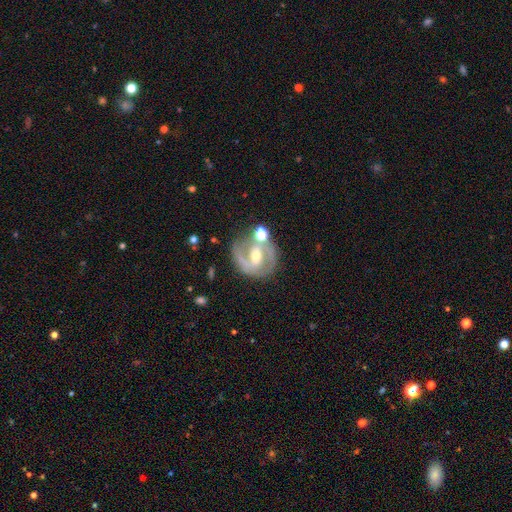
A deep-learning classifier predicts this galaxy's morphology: Smooth or featured? featured or disk (86%)
Edge-on disk? no (97%)
Bar? weak (40%, tied with strong)
Spiral arms? yes (94%)
Spiral winding? medium (49%)
Spiral arm count? 2 (84%)
Bulge size? moderate (57%)
Merging? none (69%)